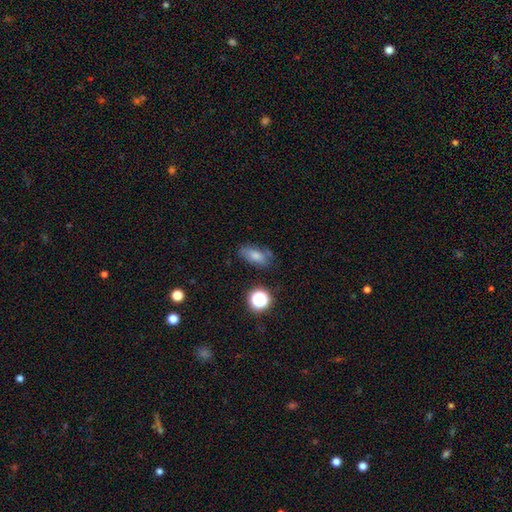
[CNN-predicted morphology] smooth-or-featured: smooth: 75% | featured or disk: 13% | star or artifact: 12%
  how-rounded: in between: 81% | cigar-shaped: 10% | round: 9%
  merging: none: 67% | minor disturbance: 21% | major disturbance: 6% | merger: 6%